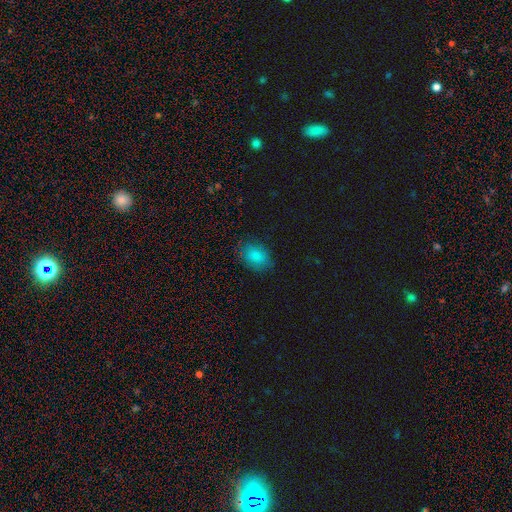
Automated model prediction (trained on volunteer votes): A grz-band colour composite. It shows a smooth galaxy with no disk features (82%) that is in between round and cigar-shaped (74%). Merging: none (83%).